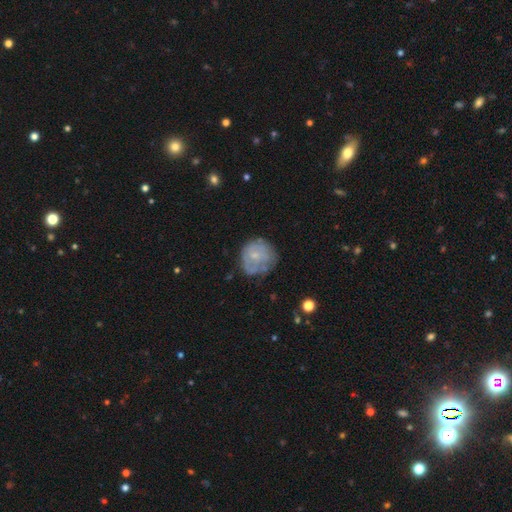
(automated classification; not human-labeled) Smooth or featured?
  - featured or disk: 48% *
  - smooth: 44%
  - star or artifact: 8%
Merging?
  - none: 59% *
  - minor disturbance: 26%
  - major disturbance: 12%
  - merger: 3%